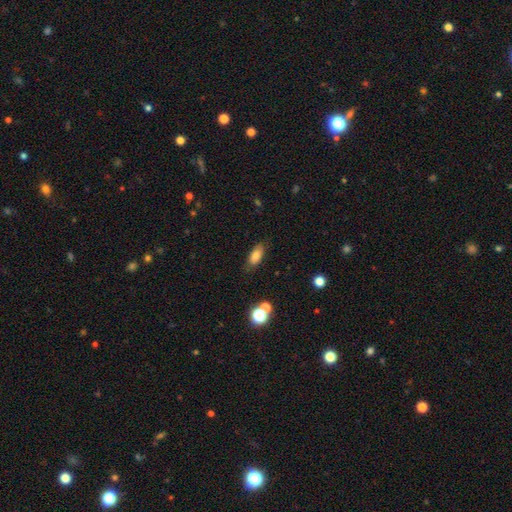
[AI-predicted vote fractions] The model was most divided on "how rounded": in between: 81%, cigar-shaped: 15%, round: 5%. More confident: merging — none (82%); smooth or featured — smooth (78%).